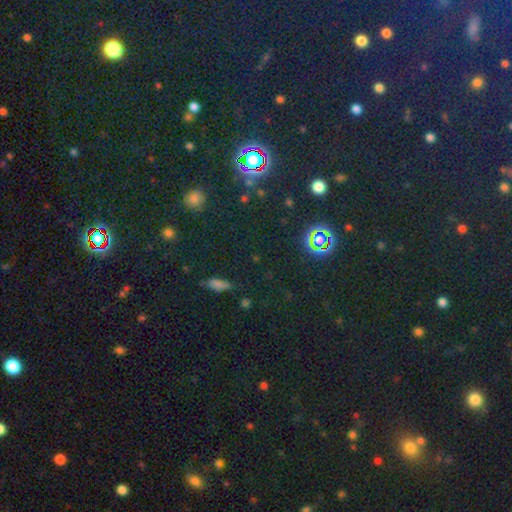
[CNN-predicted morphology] The model was most divided on "smooth or featured": star or artifact: 66%, smooth: 25%, featured or disk: 9%.